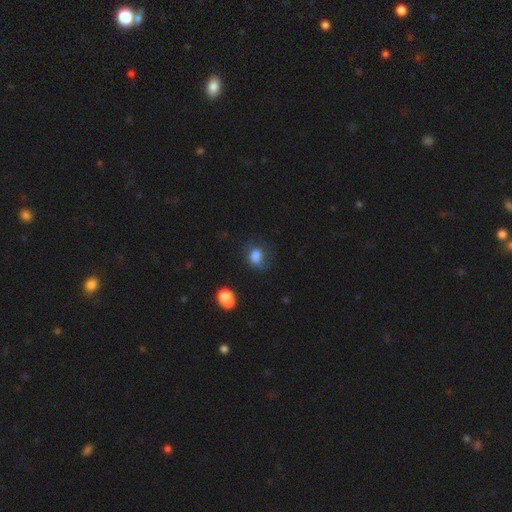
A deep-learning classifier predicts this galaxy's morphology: Smooth or featured? smooth (79%)
How rounded? in between (58%)
Merging? none (55%)